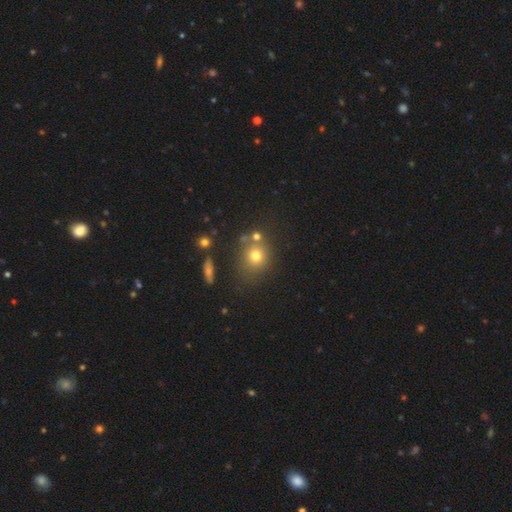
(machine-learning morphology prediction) type=smooth (72%); roundness=round (78%); merging=none (66%).